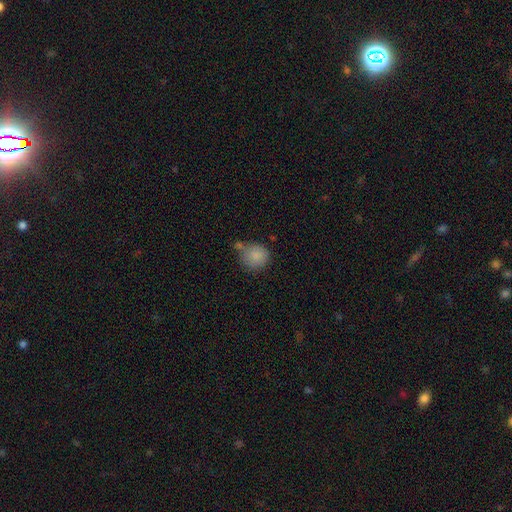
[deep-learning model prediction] smooth-or-featured: smooth: 86% | star or artifact: 9% | featured or disk: 6%
  how-rounded: round: 88% | in between: 11% | cigar-shaped: 1%
  merging: none: 60% | merger: 18% | minor disturbance: 16% | major disturbance: 5%